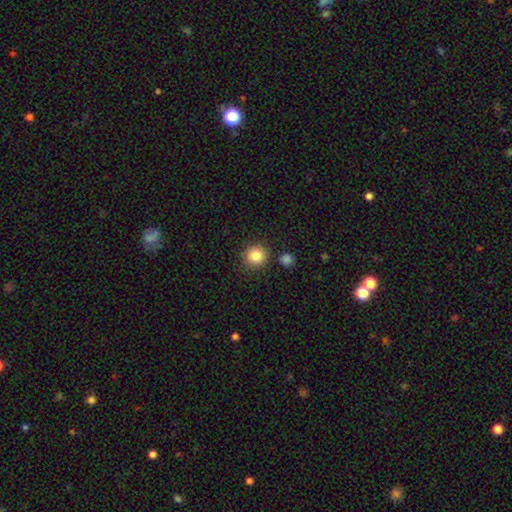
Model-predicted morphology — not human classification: smooth-or-featured: smooth: 85% | star or artifact: 10% | featured or disk: 5%
  how-rounded: round: 90% | in between: 9% | cigar-shaped: 1%
  merging: none: 86% | minor disturbance: 7% | merger: 5% | major disturbance: 2%